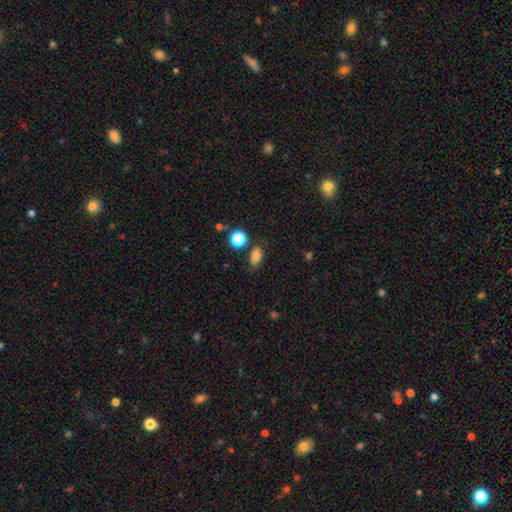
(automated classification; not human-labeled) A smooth galaxy with no disk features (81%) that is in between round and cigar-shaped (82%). Merging: none (76%).